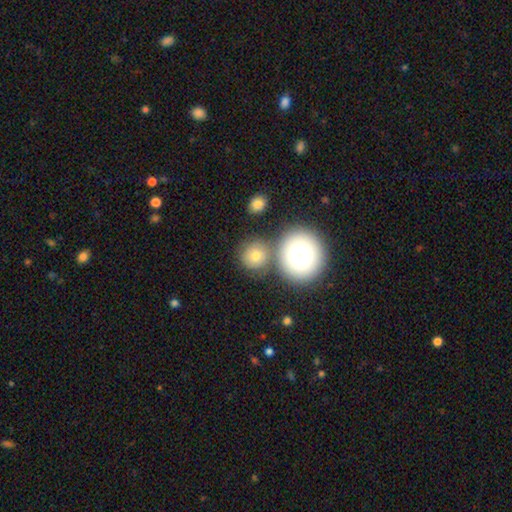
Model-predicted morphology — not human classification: Smooth or featured? smooth (75%)
How rounded? round (87%)
Merging? none (64%)